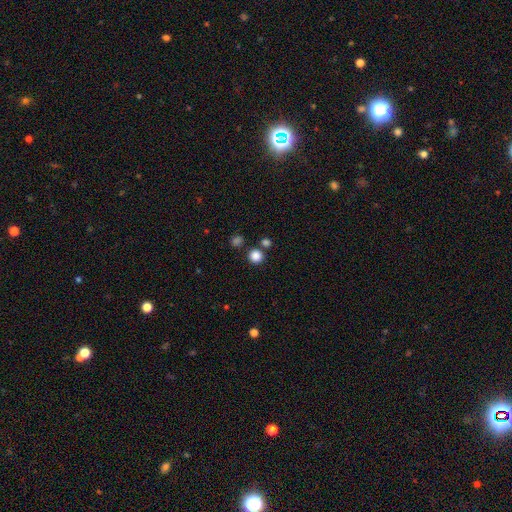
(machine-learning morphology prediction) Smooth or featured? smooth (84%)
How rounded? round (92%)
Merging? none (78%)